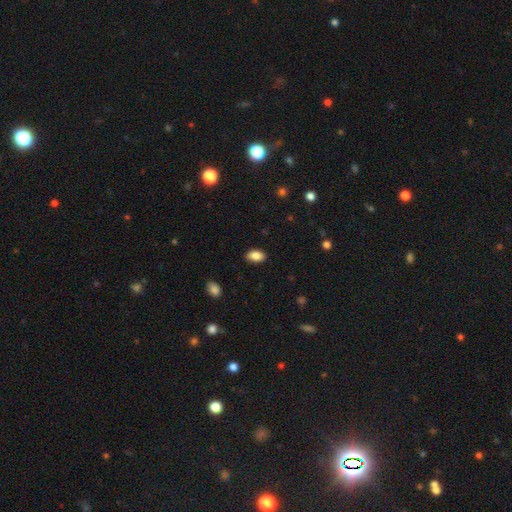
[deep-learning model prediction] Overall: smooth (86%). How rounded: in between (91%). Merging: none (88%).